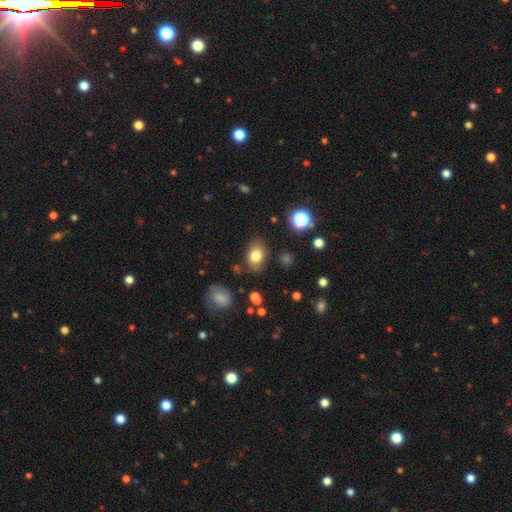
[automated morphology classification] Smooth or featured? smooth (79%)
How rounded? in between (79%)
Merging? none (79%)